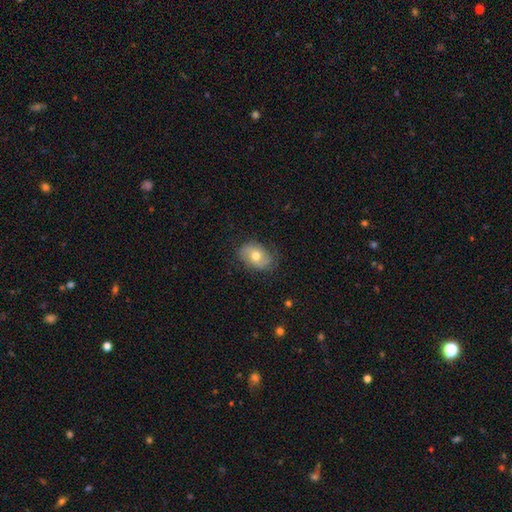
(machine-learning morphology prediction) smooth_or_featured: smooth (p=0.62) [alt: featured or disk p=0.30]
how_rounded: in between (p=0.75) [alt: round p=0.24]
merging: none (p=0.75) [alt: minor disturbance p=0.19]